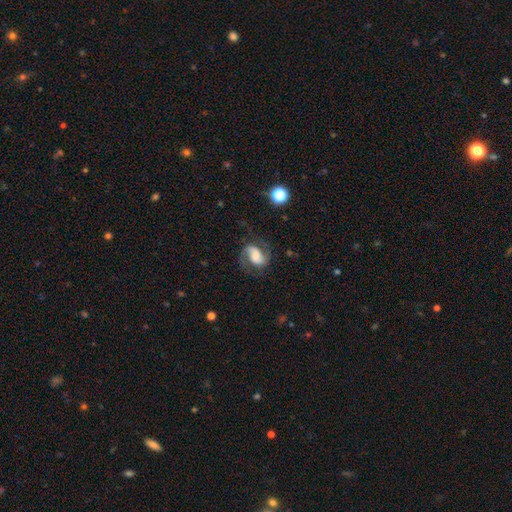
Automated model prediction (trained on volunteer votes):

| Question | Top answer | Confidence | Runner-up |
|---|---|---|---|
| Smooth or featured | featured or disk | 74% | smooth (18%) |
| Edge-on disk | no | 98% | yes (2%) |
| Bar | no | 41% | weak (38%) |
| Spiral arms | yes | 94% | no (6%) |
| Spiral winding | medium | 52% | loose (30%) |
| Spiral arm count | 2 | 88% | 1 (5%) |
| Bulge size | large | 29% | moderate (25%) |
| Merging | none | 66% | minor disturbance (18%) |